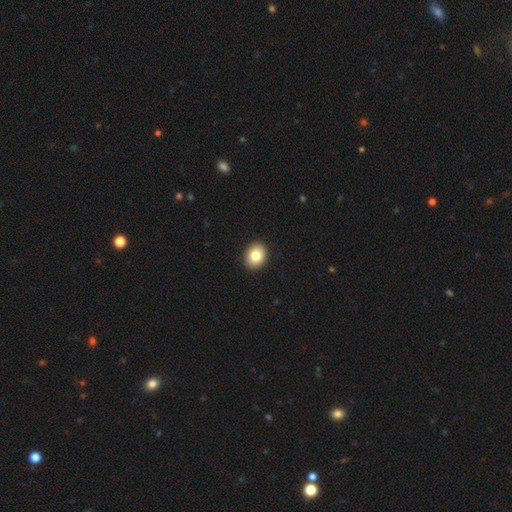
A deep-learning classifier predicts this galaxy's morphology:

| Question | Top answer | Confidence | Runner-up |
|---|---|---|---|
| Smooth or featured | smooth | 82% | featured or disk (9%) |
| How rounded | round | 50% | in between (49%) |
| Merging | none | 92% | minor disturbance (6%) |